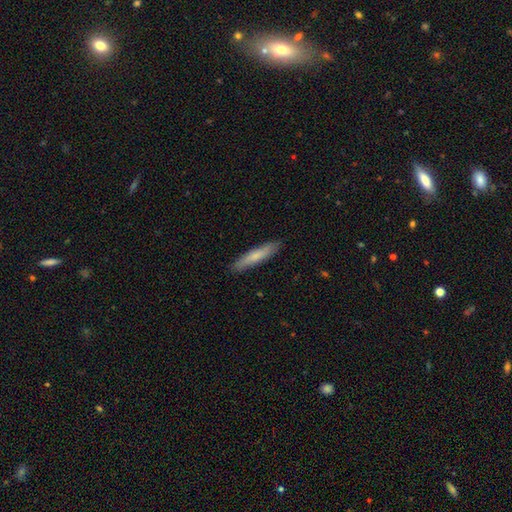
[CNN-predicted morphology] Q: Smooth or featured?
A: smooth (71%); runner-up: featured or disk (24%)
Q: How rounded?
A: cigar-shaped (89%); runner-up: in between (10%)
Q: Merging?
A: none (89%); runner-up: minor disturbance (8%)